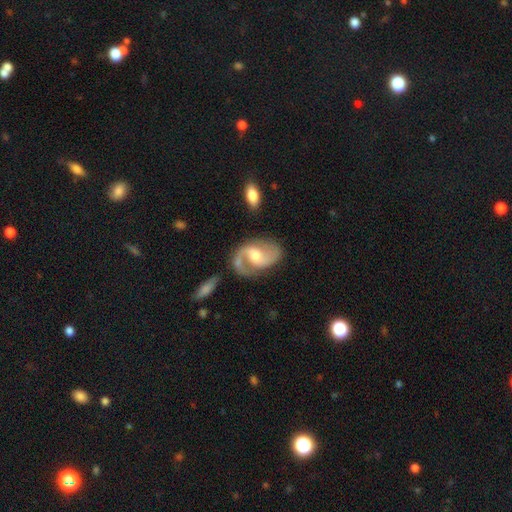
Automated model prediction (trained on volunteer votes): Smooth or featured: featured or disk — 85% (smooth — 10%)
Edge-on disk: no — 97% (yes — 3%)
Bar: weak — 47% (no — 35%)
Spiral arms: yes — 95% (no — 5%)
Spiral winding: medium — 47% (loose — 42%)
Spiral arm count: 2 — 87% (1 — 7%)
Bulge size: moderate — 64% (small — 28%)
Merging: none — 66% (minor disturbance — 19%)